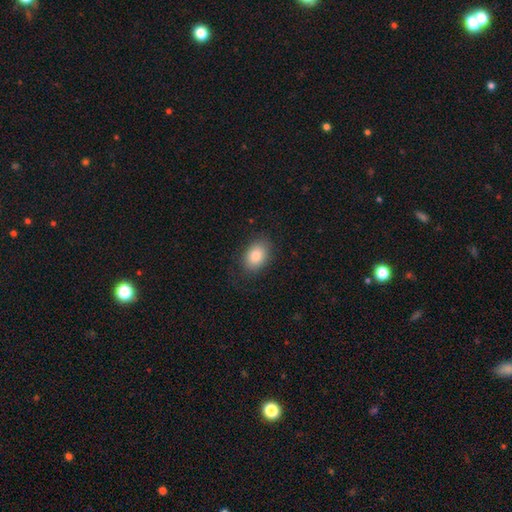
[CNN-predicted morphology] Q: Smooth or featured?
A: smooth (85%); runner-up: featured or disk (8%)
Q: How rounded?
A: in between (83%); runner-up: round (16%)
Q: Merging?
A: none (82%); runner-up: minor disturbance (13%)